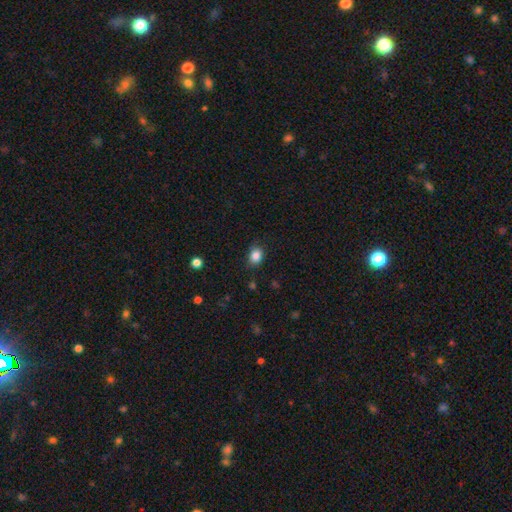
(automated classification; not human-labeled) Morphology: type=smooth (85%); roundness=in between (52%); merging=none (81%).